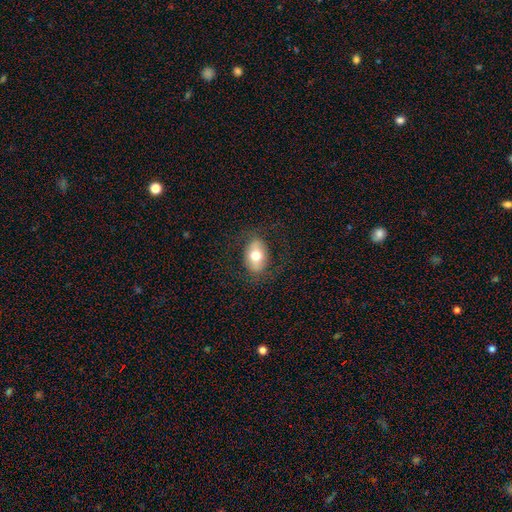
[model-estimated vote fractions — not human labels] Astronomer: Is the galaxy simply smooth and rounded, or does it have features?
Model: smooth — 63%.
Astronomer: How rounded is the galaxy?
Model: in between — 83%.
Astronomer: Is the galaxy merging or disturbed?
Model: none — 78%.